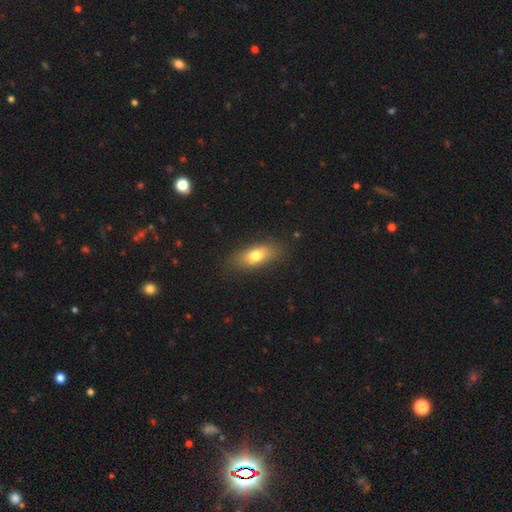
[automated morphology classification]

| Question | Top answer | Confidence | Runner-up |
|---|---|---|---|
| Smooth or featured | smooth | 74% | featured or disk (18%) |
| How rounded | in between | 77% | cigar-shaped (17%) |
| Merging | none | 78% | minor disturbance (16%) |